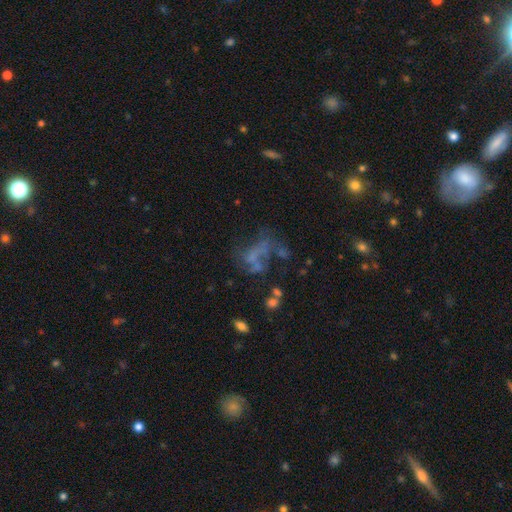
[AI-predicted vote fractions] Smooth or featured? featured or disk (46%)
Merging? major disturbance (39%)